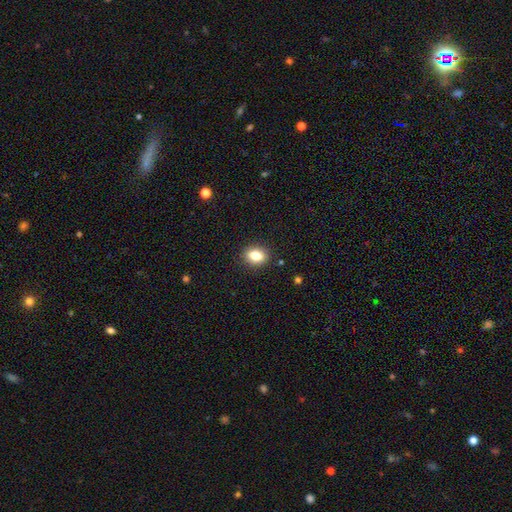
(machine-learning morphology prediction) This appears to be a smooth galaxy with no disk features (81%) that is in between round and cigar-shaped (59%). Merging: none (89%).